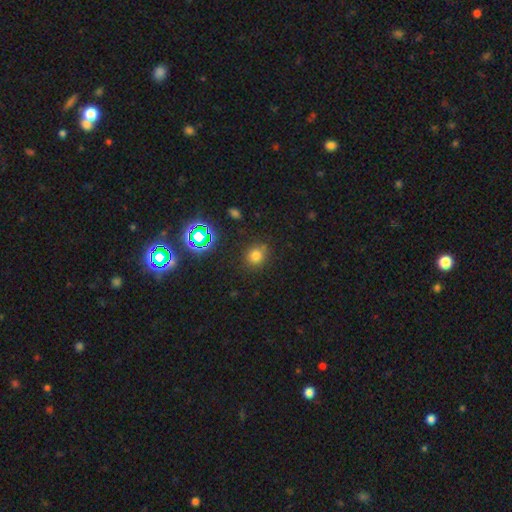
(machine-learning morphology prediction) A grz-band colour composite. It shows a smooth galaxy with no disk features (71%) that is round (79%). Merging: none (80%).